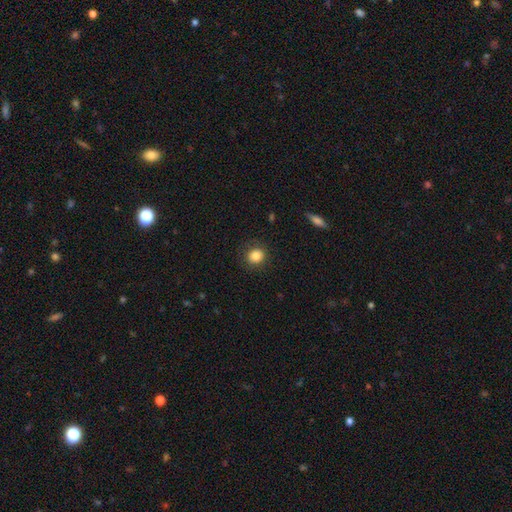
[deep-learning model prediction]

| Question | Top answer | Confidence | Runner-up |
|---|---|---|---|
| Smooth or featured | smooth | 84% | star or artifact (10%) |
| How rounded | round | 79% | in between (20%) |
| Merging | none | 85% | minor disturbance (10%) |